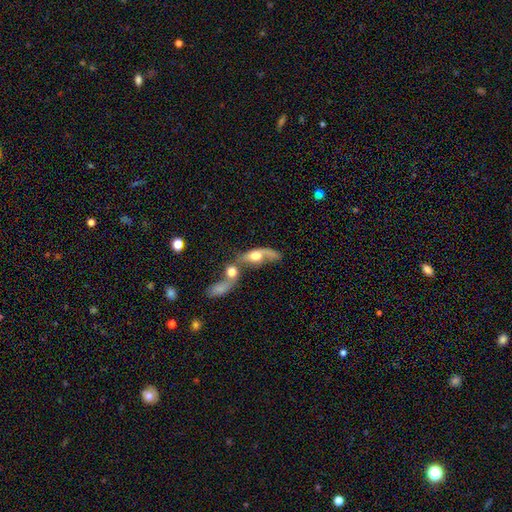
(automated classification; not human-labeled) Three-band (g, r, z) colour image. It shows a smooth galaxy with no disk features (46%). Merging: merger (68%).